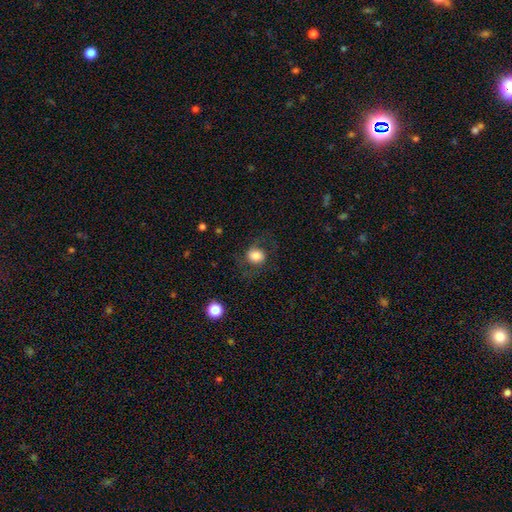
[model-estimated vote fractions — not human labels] smooth_or_featured: smooth (p=0.74) [alt: featured or disk p=0.17]
how_rounded: round (p=0.68) [alt: in between p=0.31]
merging: none (p=0.68) [alt: minor disturbance p=0.17]